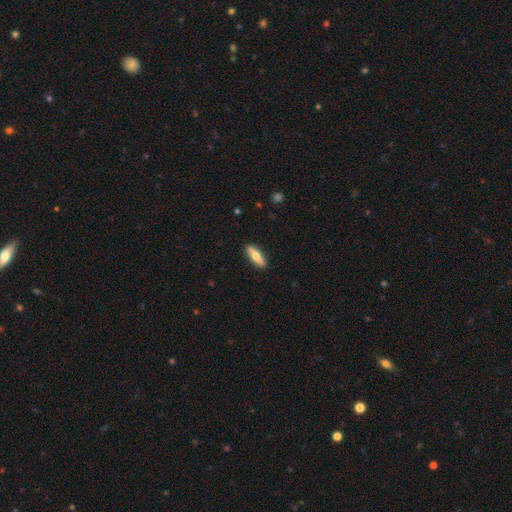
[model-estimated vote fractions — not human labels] Overall: smooth (64%; featured or disk 31%). How rounded: cigar-shaped (50%; in between 48%). Merging: none (90%).